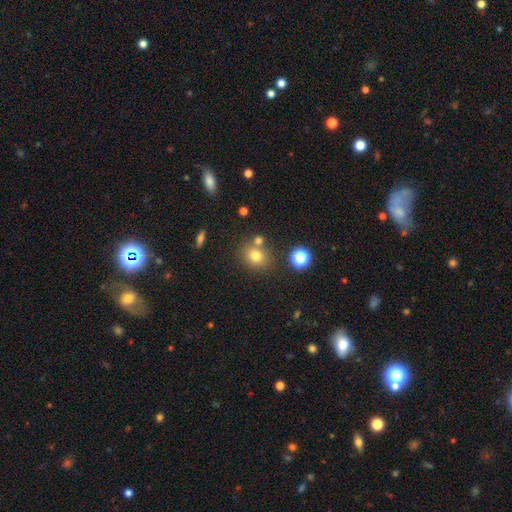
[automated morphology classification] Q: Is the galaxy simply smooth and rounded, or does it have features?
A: smooth — 75%.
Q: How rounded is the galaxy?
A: round — 74%.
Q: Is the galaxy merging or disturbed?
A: none — 68%.